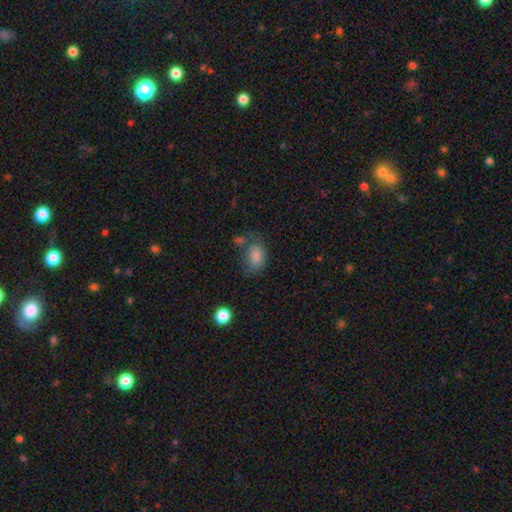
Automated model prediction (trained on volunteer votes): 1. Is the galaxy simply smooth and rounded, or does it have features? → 82% smooth, 10% star or artifact, 9% featured or disk.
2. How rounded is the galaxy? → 86% in between, 13% round, 1% cigar-shaped.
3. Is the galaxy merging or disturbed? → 46% none, 23% minor disturbance, 17% merger, 14% major disturbance.